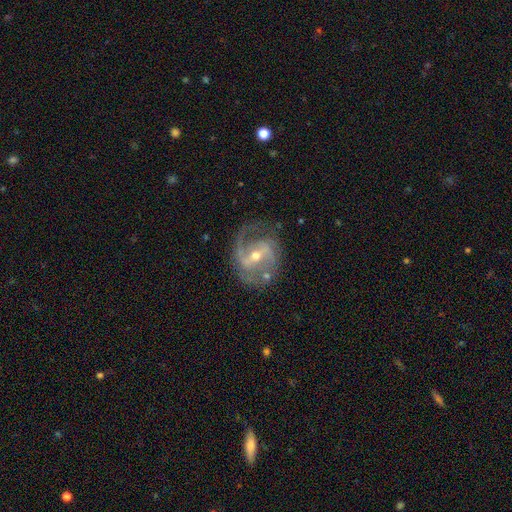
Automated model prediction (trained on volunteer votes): Smooth or featured?
  - featured or disk: 89% *
  - star or artifact: 6%
  - smooth: 5%
Edge-on disk?
  - no: 97% *
  - yes: 3%
Bar?
  - weak: 44% *
  - strong: 38%
  - no: 18%
Spiral arms?
  - yes: 96% *
  - no: 4%
Spiral winding?
  - medium: 52% *
  - tight: 25%
  - loose: 22%
Spiral arm count?
  - 2: 74% *
  - 1: 10%
  - can't tell: 6%
  - 3: 6%
  - 4: 2%
  - more than 4: 2%
Bulge size?
  - moderate: 55% *
  - small: 42%
  - large: 2%
  - none: 1%
  - dominant: 1%
Merging?
  - none: 65% *
  - minor disturbance: 20%
  - major disturbance: 12%
  - merger: 3%